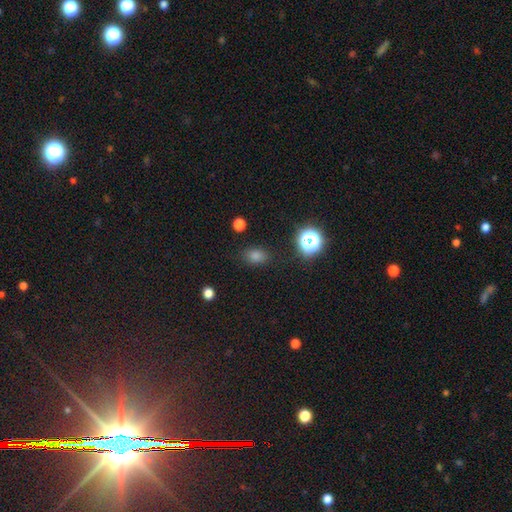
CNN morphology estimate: This appears to be a smooth galaxy with no disk features (73%) that is in between round and cigar-shaped (65%). Merging: none (84%).